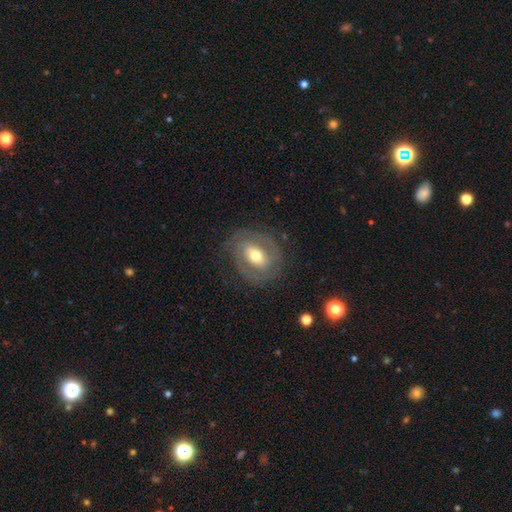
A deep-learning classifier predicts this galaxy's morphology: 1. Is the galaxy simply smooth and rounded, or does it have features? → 68% featured or disk, 26% smooth, 6% star or artifact.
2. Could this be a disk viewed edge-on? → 95% no, 5% yes.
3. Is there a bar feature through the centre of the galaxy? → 38% no, 37% weak, 25% strong.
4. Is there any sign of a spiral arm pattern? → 70% yes, 30% no.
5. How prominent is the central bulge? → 71% moderate, 15% small, 12% large, 1% dominant, 1% none.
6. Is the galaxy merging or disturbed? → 76% none, 15% minor disturbance, 8% major disturbance, 1% merger.